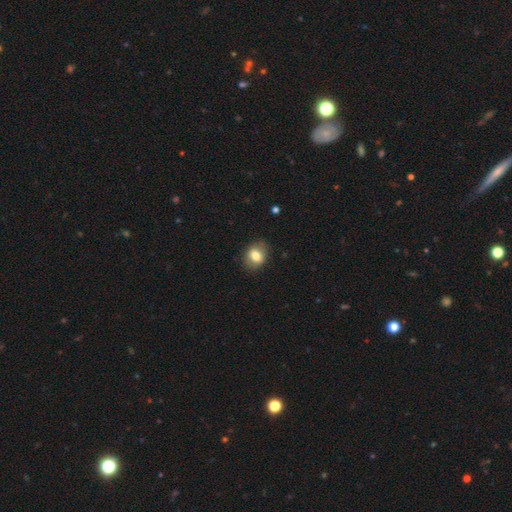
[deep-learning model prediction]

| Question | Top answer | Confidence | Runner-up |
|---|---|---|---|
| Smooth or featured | smooth | 75% | featured or disk (17%) |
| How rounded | in between | 58% | round (40%) |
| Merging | none | 82% | minor disturbance (13%) |